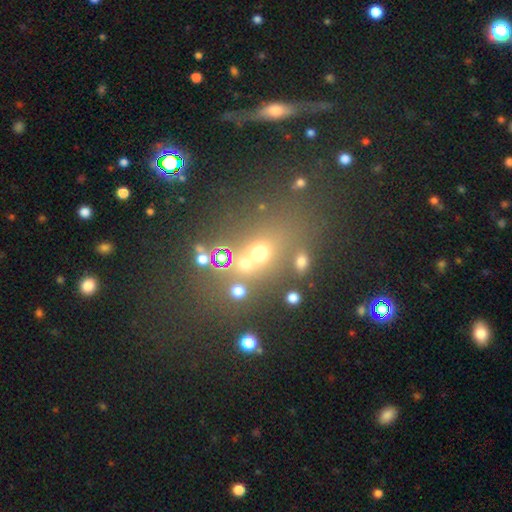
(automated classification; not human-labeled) Overall: smooth (40%; star or artifact 37%). Merging: none (56%; merger 25%).